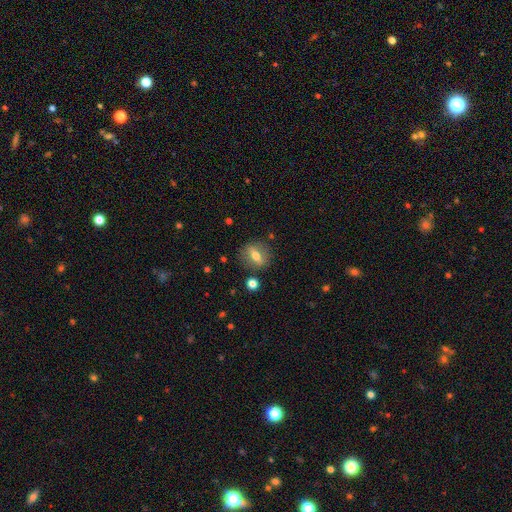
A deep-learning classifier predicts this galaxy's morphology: Smooth or featured?
  - smooth: 49% *
  - featured or disk: 42%
  - star or artifact: 9%
Merging?
  - none: 83% *
  - minor disturbance: 10%
  - major disturbance: 4%
  - merger: 3%